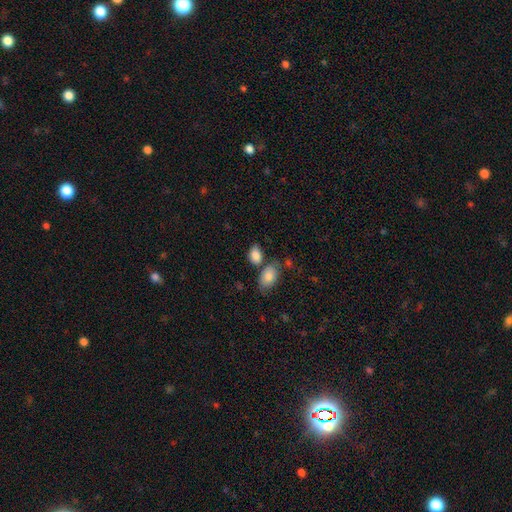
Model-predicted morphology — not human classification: Overall: smooth (85%). How rounded: in between (85%). Merging: none (57%; merger 22%).